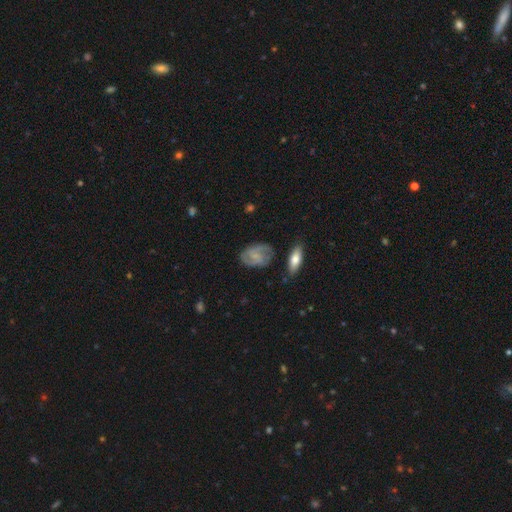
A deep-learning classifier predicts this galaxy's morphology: A featured or disk galaxy (66%) with a weak bar (46%), 2 (76%) medium (47%) spiral arms (89%) and a small central bulge (55%). Merging: none (72%).